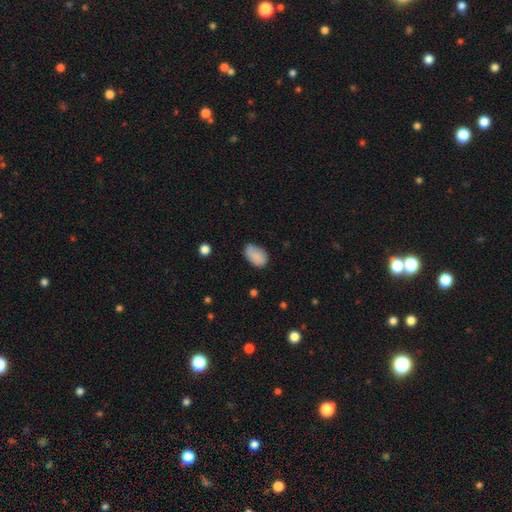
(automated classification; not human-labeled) This appears to be a smooth galaxy with no disk features (86%) that is in between round and cigar-shaped (89%). Merging: none (65%).